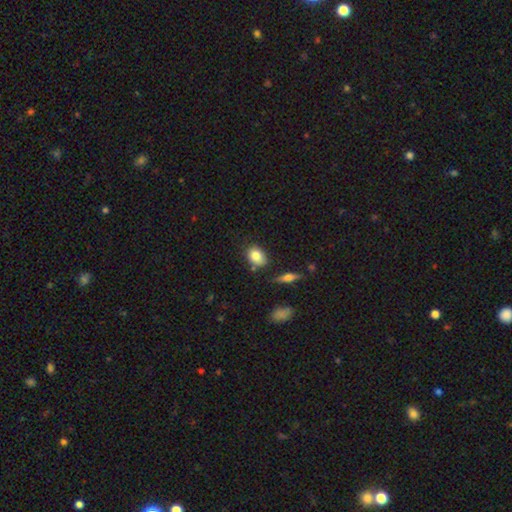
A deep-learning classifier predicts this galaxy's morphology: The model was most divided on "how rounded": in between: 75%, round: 23%, cigar-shaped: 2%. More confident: smooth or featured — smooth (81%); merging — none (74%).